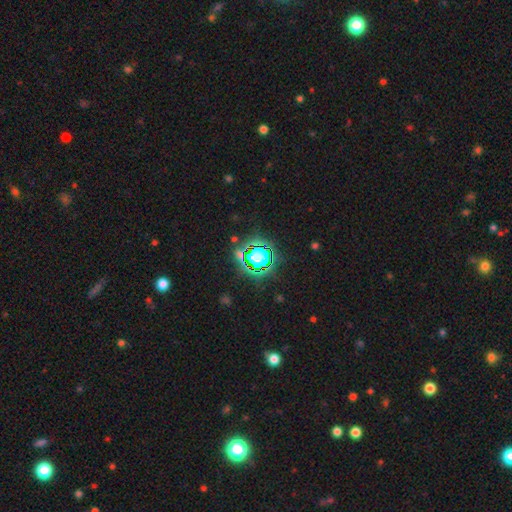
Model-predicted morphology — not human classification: A star or artifact, not a galaxy (66%).